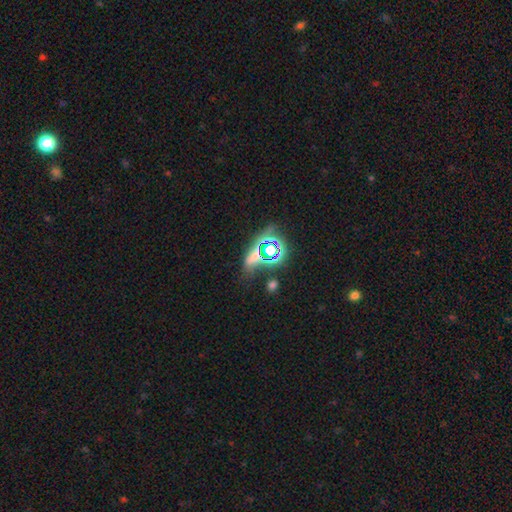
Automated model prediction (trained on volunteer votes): star or artifact 55%, smooth 31%, featured or disk 14%.